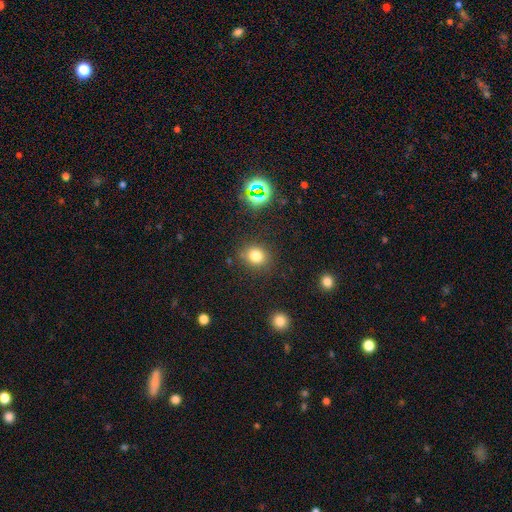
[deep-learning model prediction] Smooth or featured? smooth (77%)
How rounded? round (72%)
Merging? none (83%)